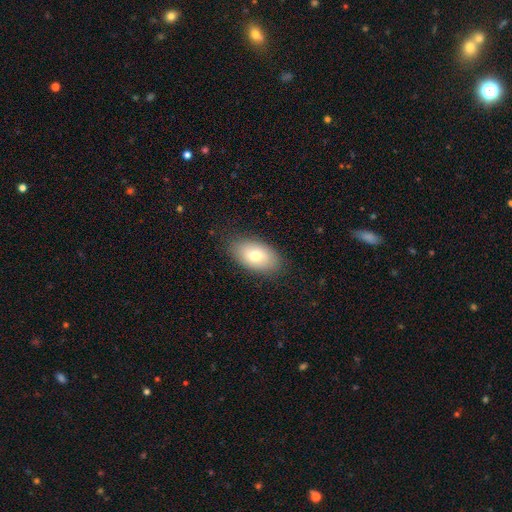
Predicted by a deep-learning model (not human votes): smooth-or-featured: smooth: 72% | featured or disk: 20% | star or artifact: 8%
  how-rounded: in between: 91% | round: 7% | cigar-shaped: 2%
  merging: none: 84% | minor disturbance: 12% | major disturbance: 3% | merger: 1%